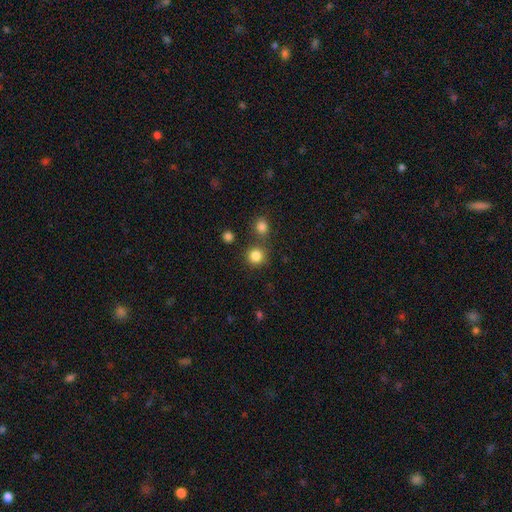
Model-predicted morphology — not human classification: smooth-or-featured: smooth: 83% | star or artifact: 12% | featured or disk: 5%
  how-rounded: round: 92% | in between: 7% | cigar-shaped: 1%
  merging: none: 77% | merger: 12% | minor disturbance: 8% | major disturbance: 3%